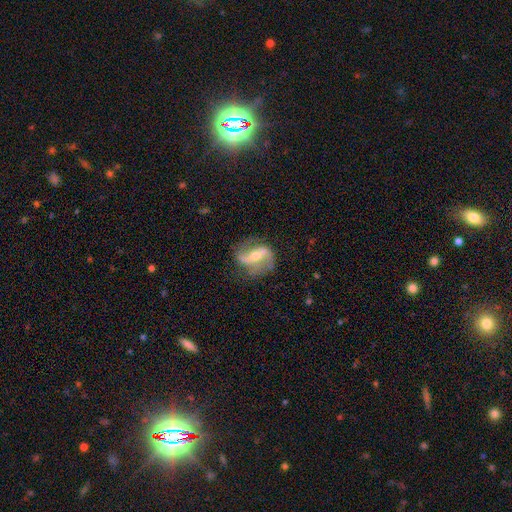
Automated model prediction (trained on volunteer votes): smooth_or_featured: featured or disk (p=0.84) [alt: smooth p=0.10]
disk_edge_on: no (p=0.96) [alt: yes p=0.04]
bar: strong (p=0.48) [alt: weak p=0.31]
has_spiral_arms: yes (p=0.93) [alt: no p=0.07]
spiral_winding: loose (p=0.60) [alt: medium p=0.31]
spiral_arm_count: 2 (p=0.90) [alt: can't tell p=0.03]
bulge_size: moderate (p=0.50) [alt: small p=0.44]
merging: none (p=0.74) [alt: minor disturbance p=0.16]